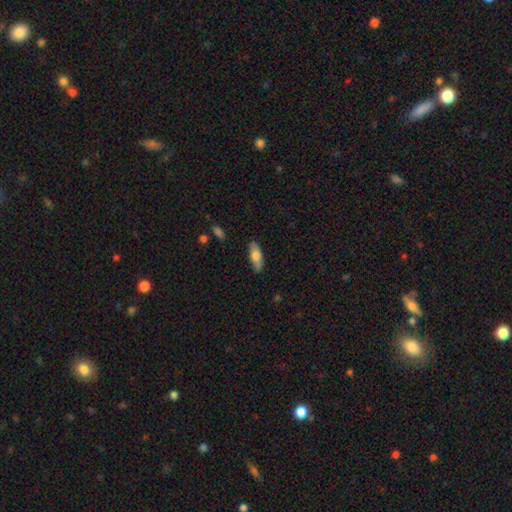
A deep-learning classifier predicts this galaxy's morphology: A smooth galaxy with no disk features (68%) that is in between round and cigar-shaped (66%). Merging: none (83%).